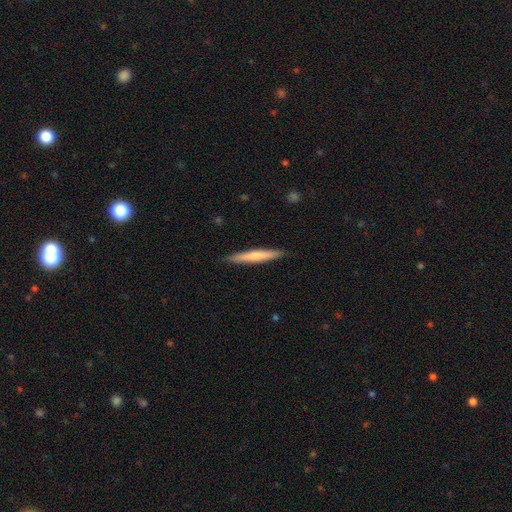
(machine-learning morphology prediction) Overall: smooth (60%; featured or disk 35%). How rounded: cigar-shaped (96%). Merging: none (90%).